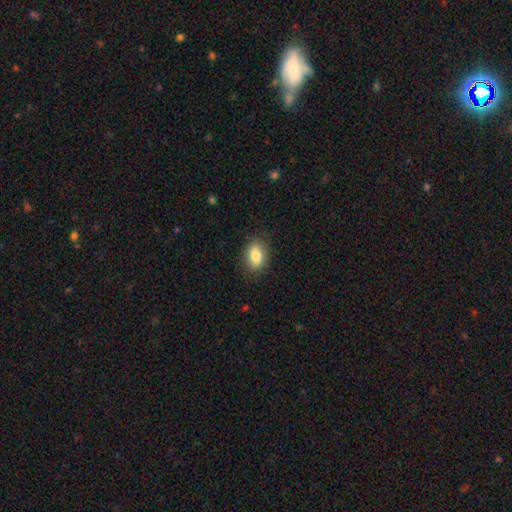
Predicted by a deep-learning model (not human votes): Smooth or featured? Predicted: smooth (p=0.83). How rounded? Predicted: in between (p=0.75). Merging? Predicted: none (p=0.85).